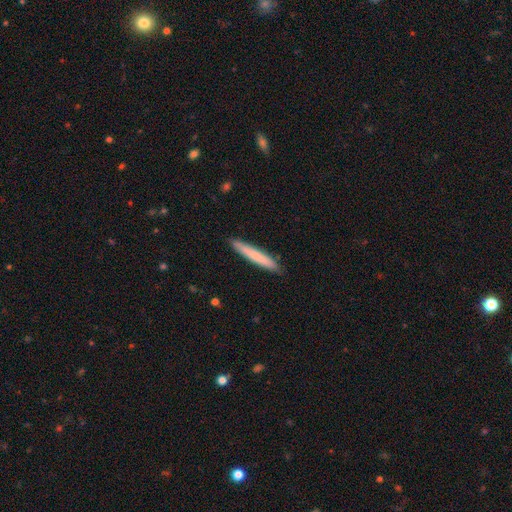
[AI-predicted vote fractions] smooth 73%, featured or disk 21%, star or artifact 6%. Down the decision tree: how rounded — cigar-shaped (96%); merging — none (90%).